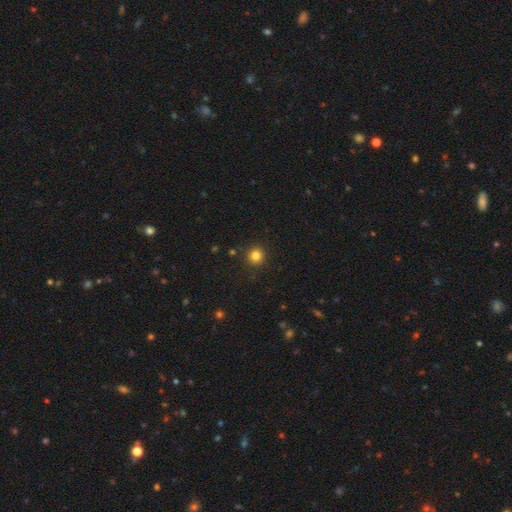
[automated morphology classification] Smooth or featured?
  - smooth: 82% *
  - star or artifact: 13%
  - featured or disk: 5%
How rounded?
  - round: 94% *
  - in between: 5%
  - cigar-shaped: 1%
Merging?
  - none: 91% *
  - minor disturbance: 6%
  - major disturbance: 2%
  - merger: 2%